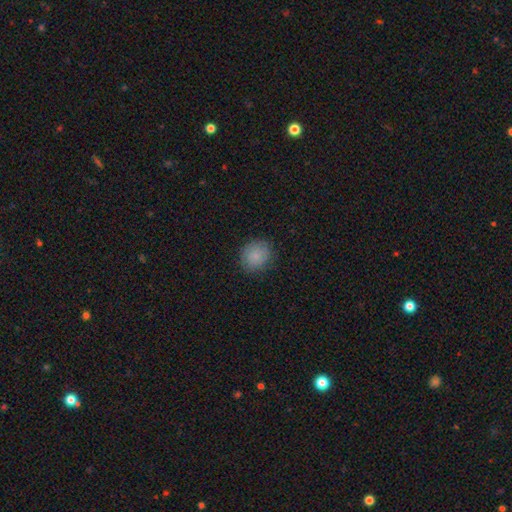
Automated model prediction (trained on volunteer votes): smooth 85%, star or artifact 8%, featured or disk 7%. Down the decision tree: how rounded — round (79%); merging — none (85%).